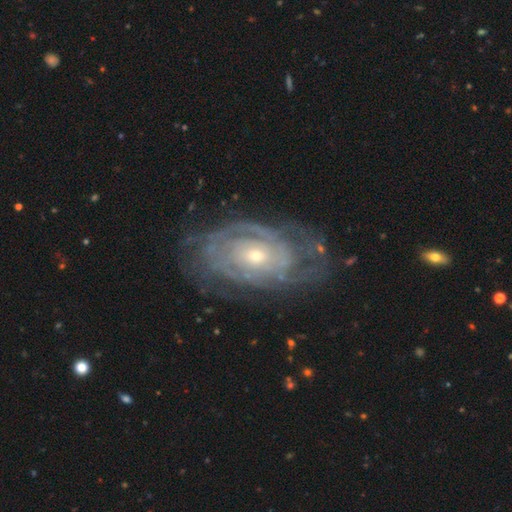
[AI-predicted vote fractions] This is clearly a featured or disk galaxy (84%). It is clearly not viewed edge-on (95%). Bar: likely no (74%). Spiral arm pattern: clearly yes (89%). Spiral arm count: possibly can't tell (48%). Spiral winding: likely tight (76%). Central bulge: possibly small (55%). Merging: likely none (72%).